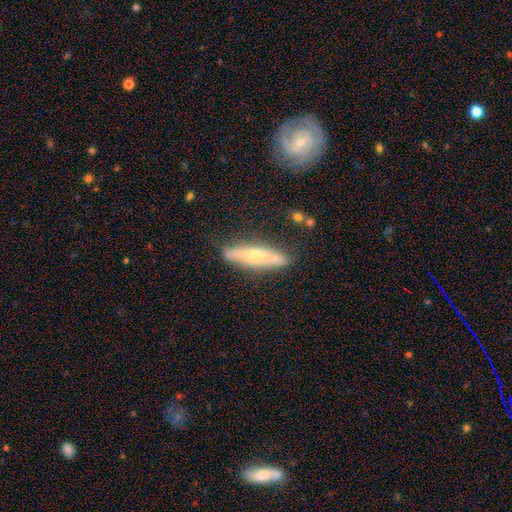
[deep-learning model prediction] featured or disk 54%, smooth 40%, star or artifact 6%. Down the decision tree: edge-on disk — yes (80%); merging — none (77%).